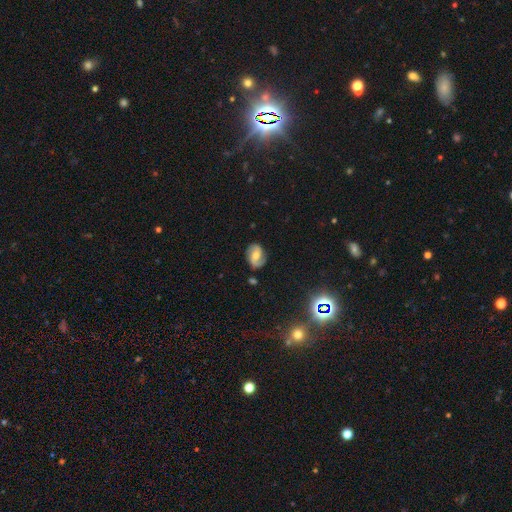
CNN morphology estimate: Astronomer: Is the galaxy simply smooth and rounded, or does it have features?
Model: featured or disk — 72%.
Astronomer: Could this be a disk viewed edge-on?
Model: no — 97%.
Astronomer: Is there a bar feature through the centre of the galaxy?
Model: weak — 44% (runner-up: no, 43%).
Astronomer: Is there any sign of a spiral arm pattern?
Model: yes — 93%.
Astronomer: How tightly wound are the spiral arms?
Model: medium — 48% (runner-up: tight, 27%).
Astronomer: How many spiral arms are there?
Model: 2 — 90%.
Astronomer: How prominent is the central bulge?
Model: moderate — 63%.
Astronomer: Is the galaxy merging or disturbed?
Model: none — 80%.